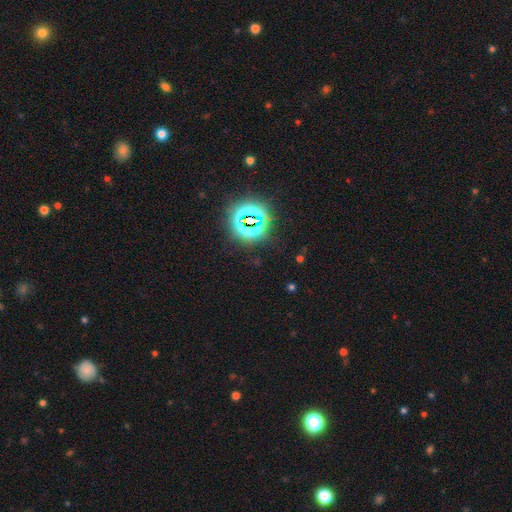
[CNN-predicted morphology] smooth_or_featured: star or artifact (p=0.81) [alt: smooth p=0.12]